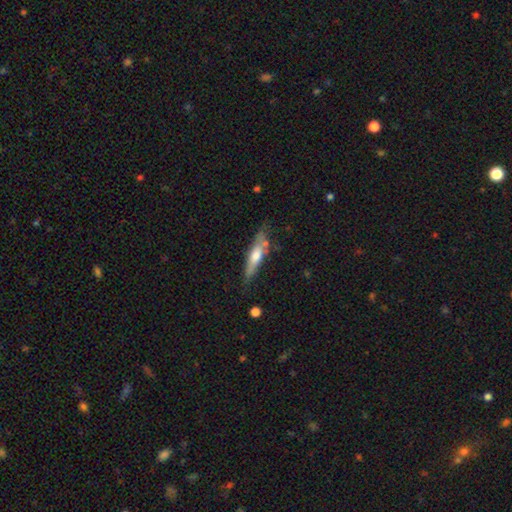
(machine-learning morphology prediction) A smooth galaxy with no disk features (51%) that is cigar-shaped (72%). Merging: none (61%).